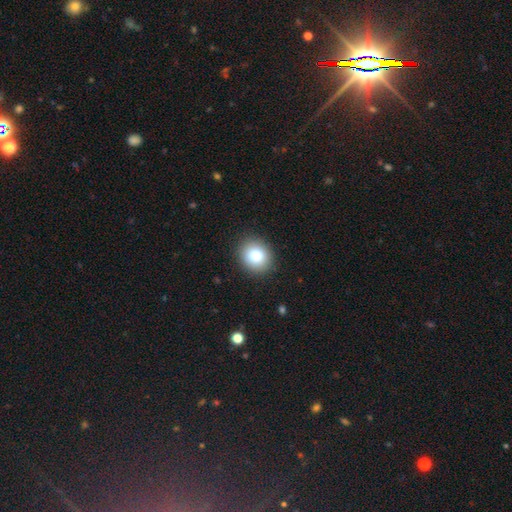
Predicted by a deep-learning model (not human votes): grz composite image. It shows a smooth galaxy with no disk features (80%) that is round (76%). Merging: none (91%).